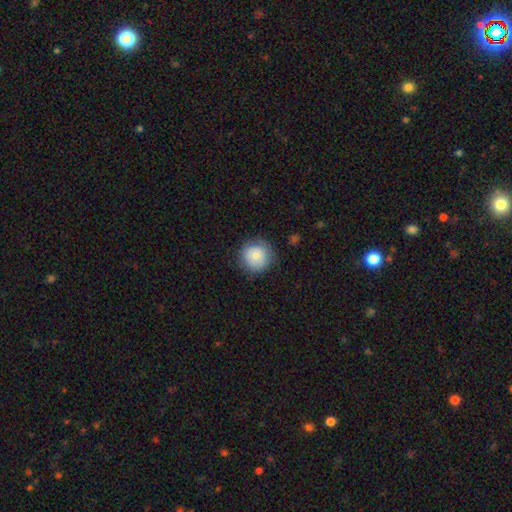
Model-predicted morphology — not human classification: Q: Smooth or featured?
A: smooth (77%); runner-up: featured or disk (15%)
Q: How rounded?
A: round (93%); runner-up: in between (6%)
Q: Merging?
A: none (80%); runner-up: minor disturbance (15%)